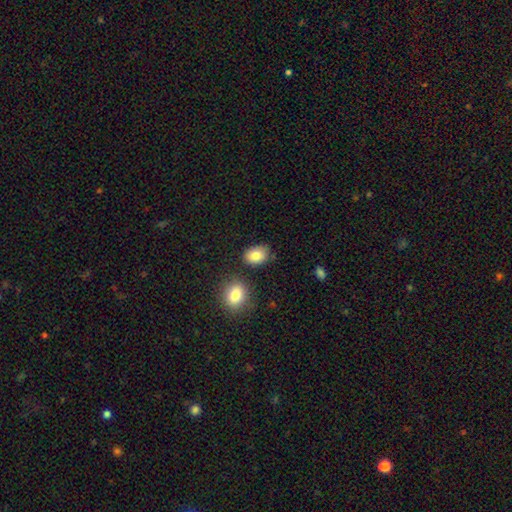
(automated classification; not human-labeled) Smooth or featured? Predicted: smooth (p=0.85). How rounded? Predicted: in between (p=0.72). Merging? Predicted: none (p=0.75).